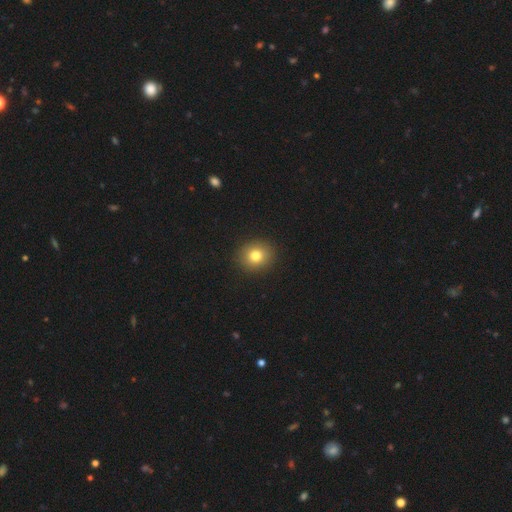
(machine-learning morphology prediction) This appears to be a smooth galaxy with no disk features (79%) that is round (81%). Merging: none (91%).